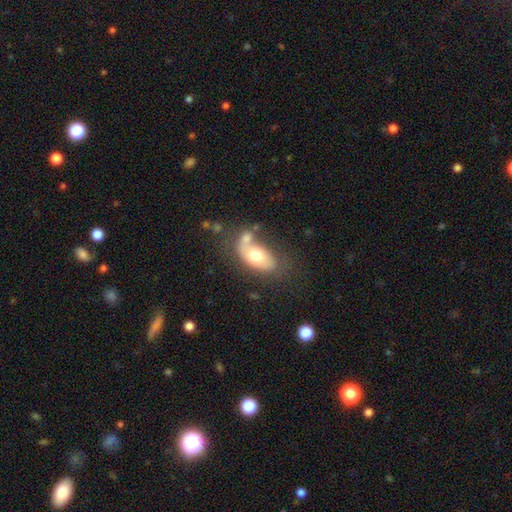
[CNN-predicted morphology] The model was most divided on "merging": none: 33%, merger: 31%, minor disturbance: 20%, major disturbance: 16%. More confident: how rounded — in between (90%); smooth or featured — smooth (63%).